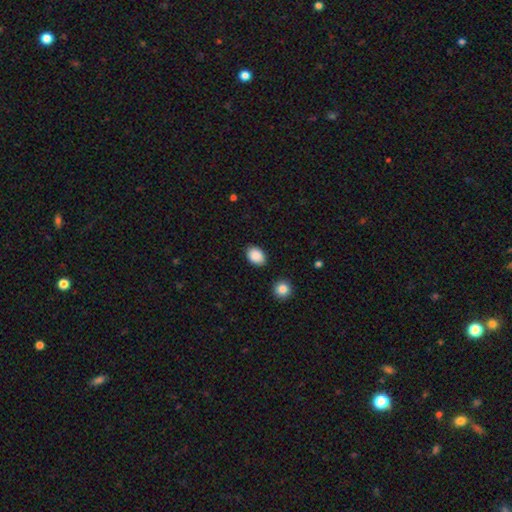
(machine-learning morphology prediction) Overall: smooth (89%). How rounded: in between (77%). Merging: none (86%).